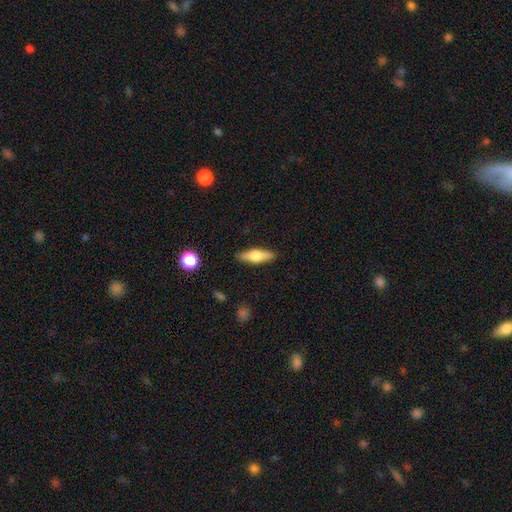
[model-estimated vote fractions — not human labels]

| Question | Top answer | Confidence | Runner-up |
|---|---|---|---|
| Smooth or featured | smooth | 48% | featured or disk (46%) |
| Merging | none | 88% | minor disturbance (8%) |